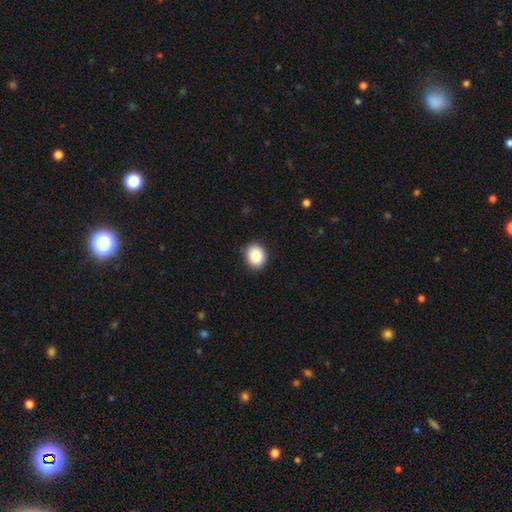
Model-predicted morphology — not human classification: smooth 85%, star or artifact 9%, featured or disk 6%. Down the decision tree: how rounded — round (66%); merging — none (89%).